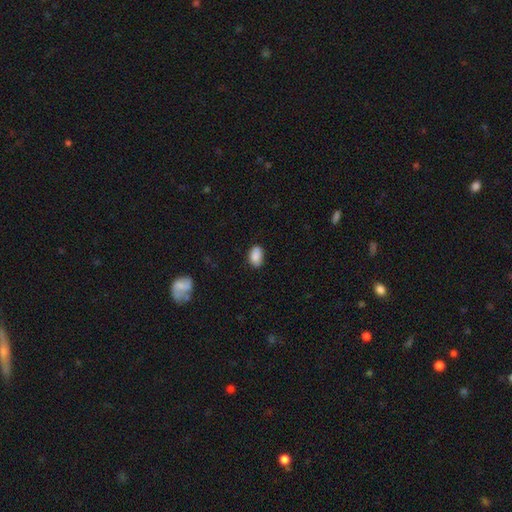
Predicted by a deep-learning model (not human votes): Smooth or featured? Predicted: smooth (p=0.88). How rounded? Predicted: in between (p=0.89). Merging? Predicted: none (p=0.81).